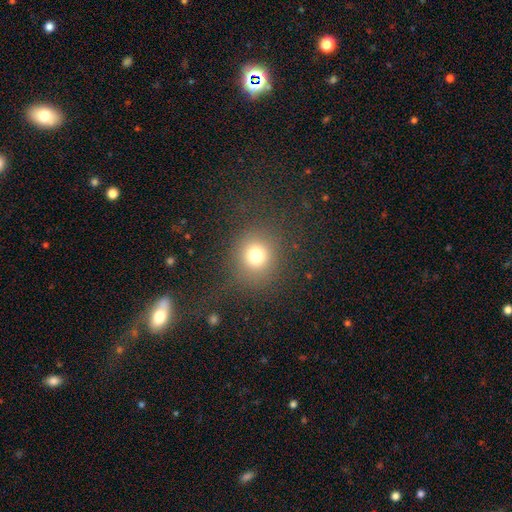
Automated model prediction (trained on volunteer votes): Overall: smooth (75%). How rounded: round (84%). Merging: none (79%).